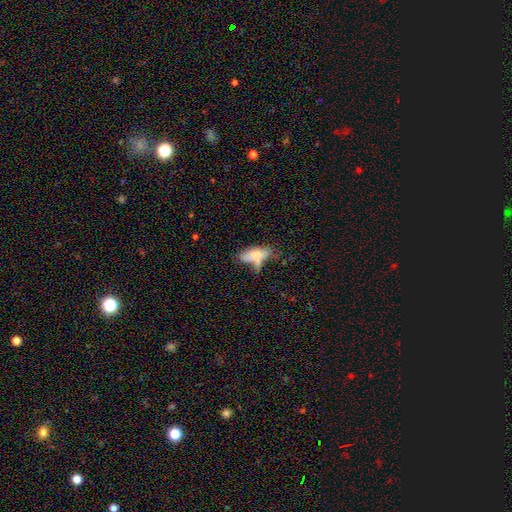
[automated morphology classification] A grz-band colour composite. It shows a smooth galaxy with no disk features (68%) that is in between round and cigar-shaped (69%). Merging: none (33%, tied with merger).